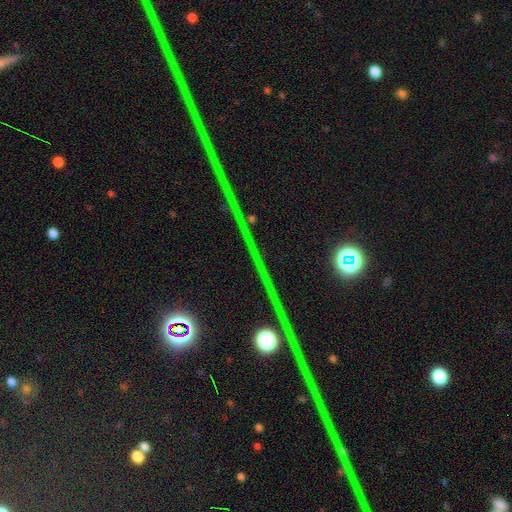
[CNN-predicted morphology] A star or artifact, not a galaxy (84%).

Vote fractions:
- Smooth or featured? star or artifact: 84% / featured or disk: 9% / smooth: 7%